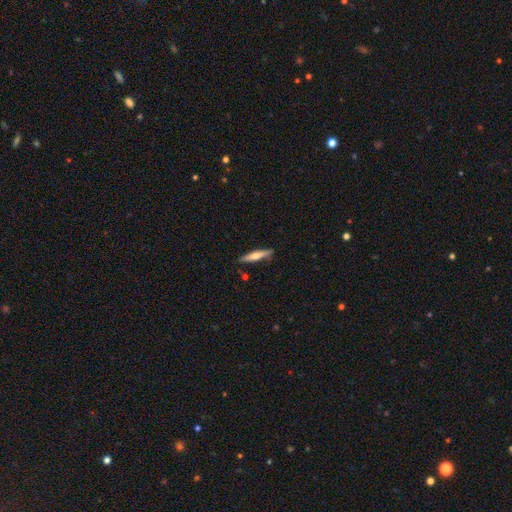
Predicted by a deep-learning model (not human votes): This appears to be a smooth galaxy with no disk features (52%) that is cigar-shaped (88%). Merging: none (86%).